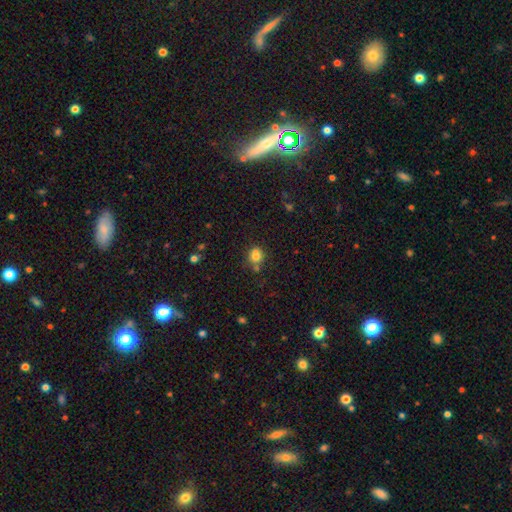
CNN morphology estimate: Smooth or featured: smooth — 76% (star or artifact — 14%)
How rounded: round — 75% (in between — 24%)
Merging: none — 56% (merger — 24%)